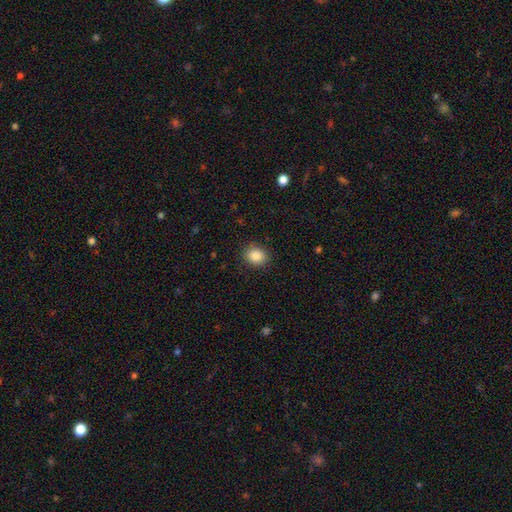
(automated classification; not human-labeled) Morphology: type=smooth (87%); roundness=round (55%); merging=none (87%).